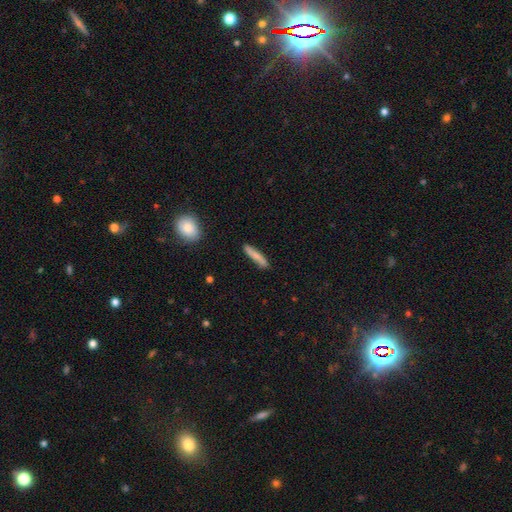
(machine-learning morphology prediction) This appears to be a smooth galaxy with no disk features (70%) that is cigar-shaped (89%). Merging: none (82%).